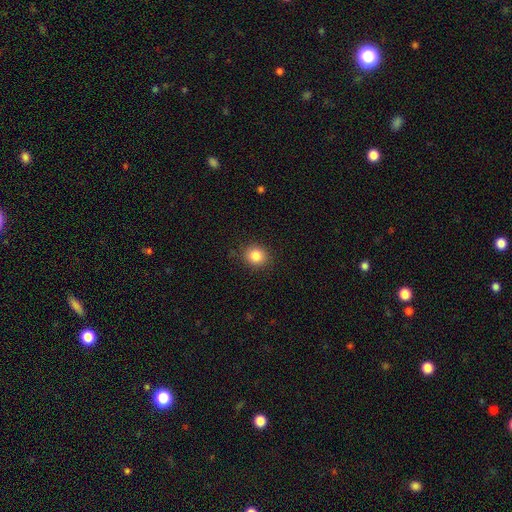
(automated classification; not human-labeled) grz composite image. It shows a smooth galaxy with no disk features (84%) that is round (79%). Merging: none (88%).